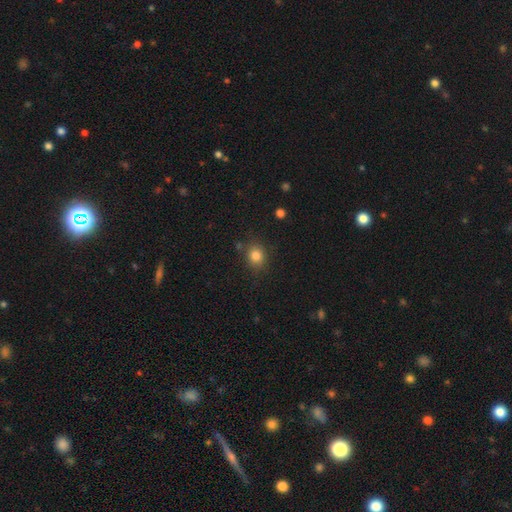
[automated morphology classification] type=smooth (81%); roundness=round (72%); merging=none (82%).